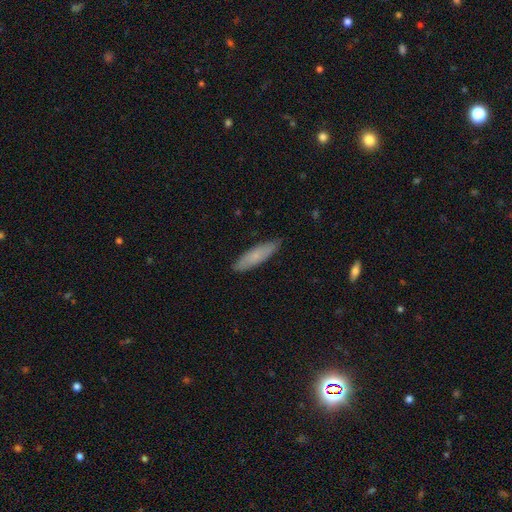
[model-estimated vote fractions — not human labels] Smooth or featured? smooth (70%)
How rounded? cigar-shaped (69%)
Merging? none (84%)